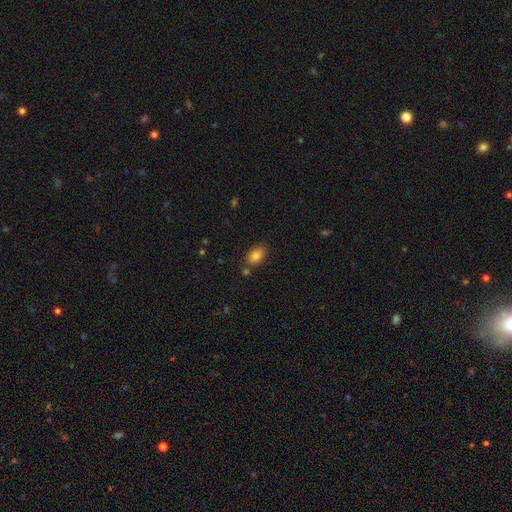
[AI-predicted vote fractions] Smooth or featured? smooth (84%)
How rounded? in between (82%)
Merging? none (76%)